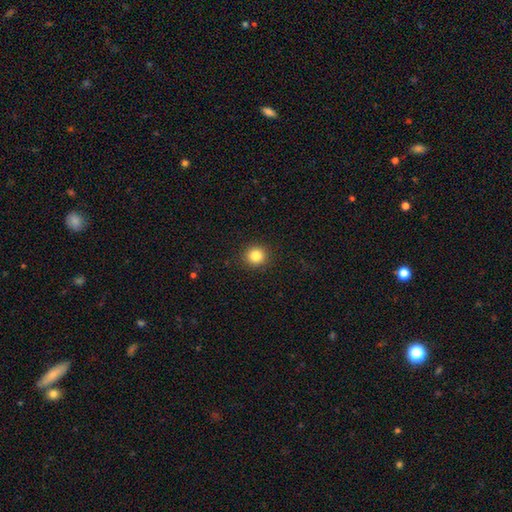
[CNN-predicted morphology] A smooth galaxy with no disk features (84%) that is round (92%).

Vote fractions:
- Smooth or featured? smooth: 84% / star or artifact: 11% / featured or disk: 5%
- How rounded? round: 92% / in between: 8% / cigar-shaped: 1%
- Merging? none: 91% / minor disturbance: 6% / major disturbance: 2% / merger: 1%